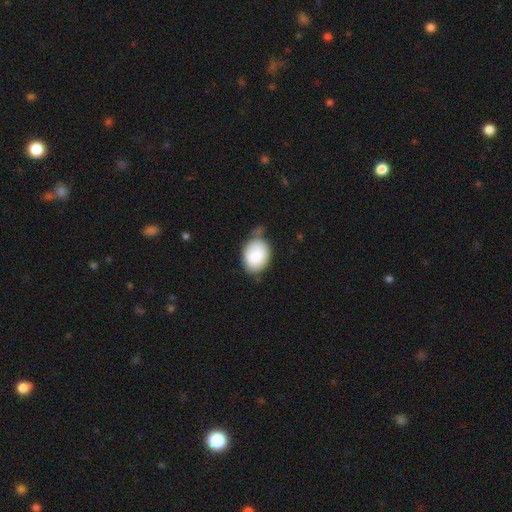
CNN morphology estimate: Overall: smooth (87%). How rounded: in between (66%; round 33%). Merging: none (52%; minor disturbance 31%).